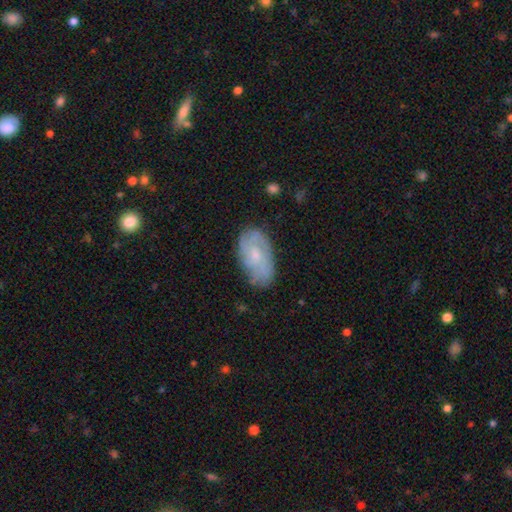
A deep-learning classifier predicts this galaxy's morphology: A featured or disk galaxy (50%).

Vote fractions:
- Smooth or featured? featured or disk: 50% / smooth: 43% / star or artifact: 7%
- Edge-on disk? no: 94% / yes: 6%
- Merging? none: 70% / minor disturbance: 24% / major disturbance: 5% / merger: 1%